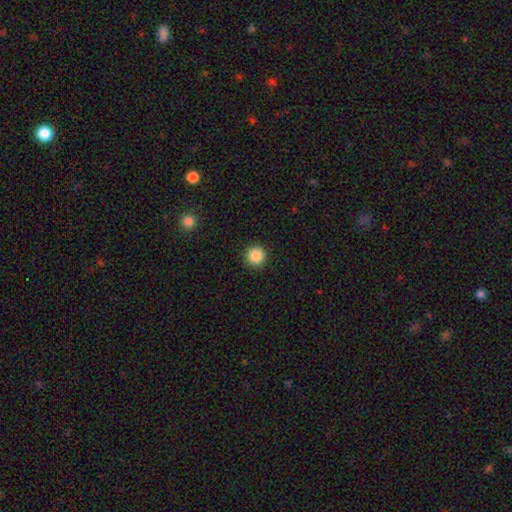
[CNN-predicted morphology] Smooth or featured? smooth (87%)
How rounded? round (95%)
Merging? none (93%)